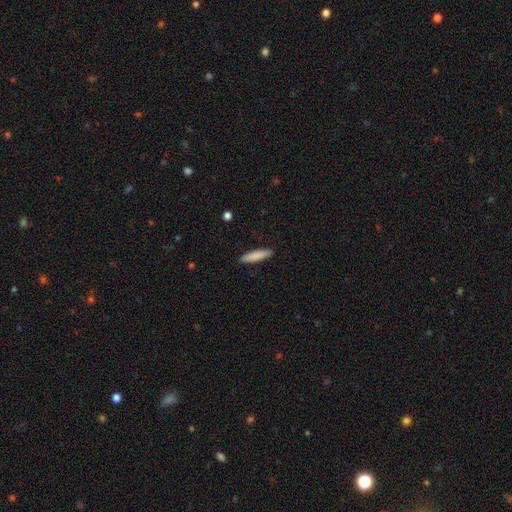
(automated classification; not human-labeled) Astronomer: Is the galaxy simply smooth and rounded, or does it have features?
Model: smooth — 86%.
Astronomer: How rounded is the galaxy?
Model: cigar-shaped — 81%.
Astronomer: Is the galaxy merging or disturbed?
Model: none — 90%.